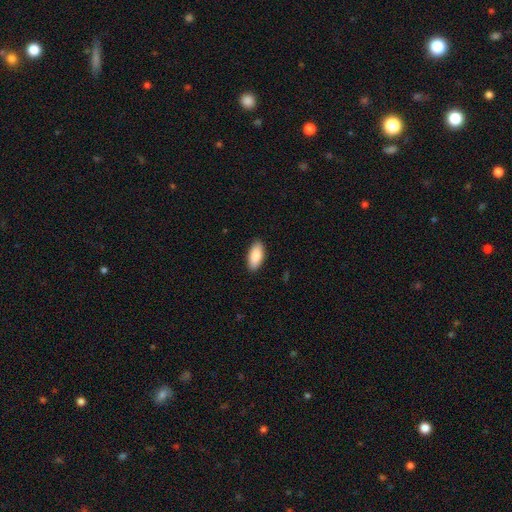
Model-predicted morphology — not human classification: Smooth or featured?
  - smooth: 88% *
  - featured or disk: 6%
  - star or artifact: 6%
How rounded?
  - in between: 91% *
  - cigar-shaped: 7%
  - round: 2%
Merging?
  - none: 89% *
  - minor disturbance: 8%
  - major disturbance: 2%
  - merger: 1%